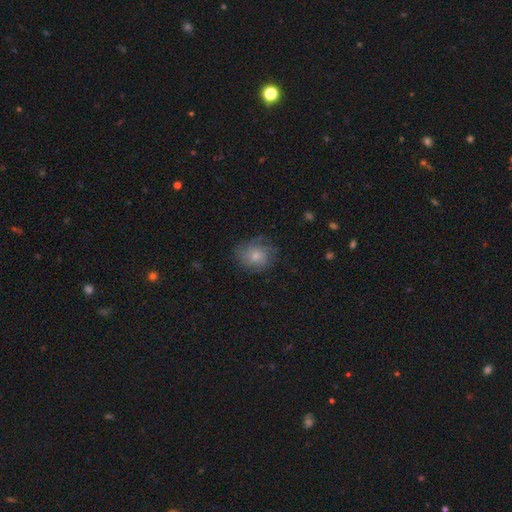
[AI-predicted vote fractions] A smooth galaxy with no disk features (61%) that is round (68%). Merging: none (67%).